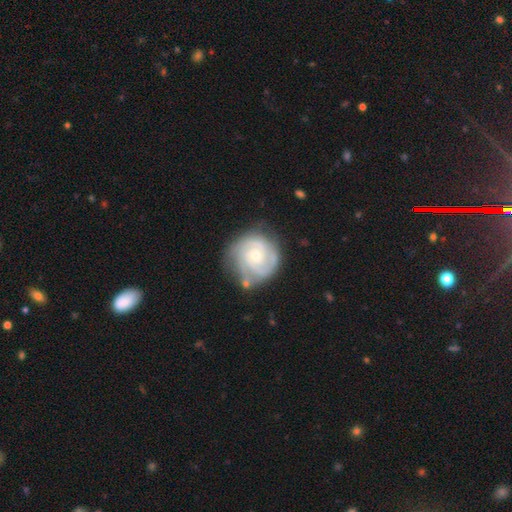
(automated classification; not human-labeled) A featured or disk galaxy (85%) with no bar (70%), 2 (42%) tight (70%) spiral arms (96%) and a small central bulge (51%).

Vote fractions:
- Smooth or featured? featured or disk: 85% / smooth: 10% / star or artifact: 5%
- Edge-on disk? no: 98% / yes: 2%
- Bar? no: 70% / weak: 26% / strong: 4%
- Spiral arms? yes: 96% / no: 4%
- Spiral winding? tight: 70% / medium: 25% / loose: 5%
- Spiral arm count? 2: 42% / 3: 27% / can't tell: 18% / 4: 5% / 1: 4% / more than 4: 4%
- Bulge size? small: 51% / moderate: 45% / large: 2% / none: 1% / dominant: 1%
- Merging? none: 65% / minor disturbance: 22% / major disturbance: 8% / merger: 4%